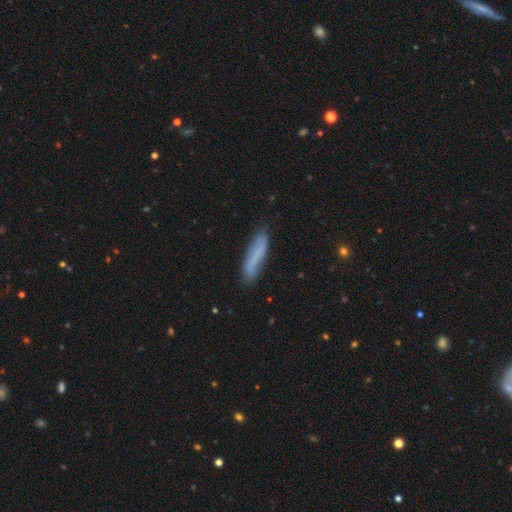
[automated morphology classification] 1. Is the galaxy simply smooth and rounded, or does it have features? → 70% smooth, 22% featured or disk, 8% star or artifact.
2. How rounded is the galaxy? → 83% cigar-shaped, 16% in between, 2% round.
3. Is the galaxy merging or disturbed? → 76% none, 17% minor disturbance, 4% major disturbance, 2% merger.